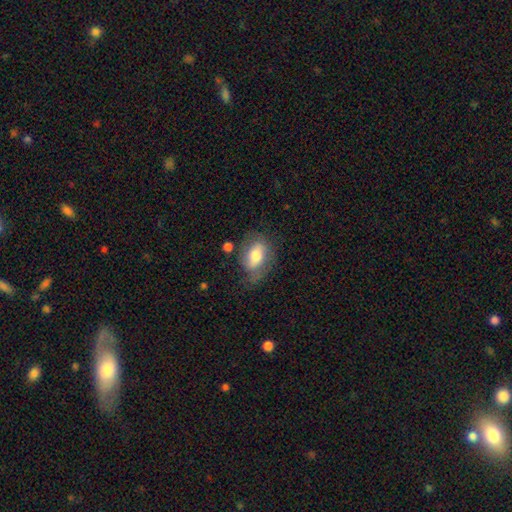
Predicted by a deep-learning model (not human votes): smooth_or_featured: smooth (p=0.56) [alt: featured or disk p=0.37]
how_rounded: in between (p=0.81) [alt: round p=0.16]
merging: none (p=0.52) [alt: minor disturbance p=0.29]